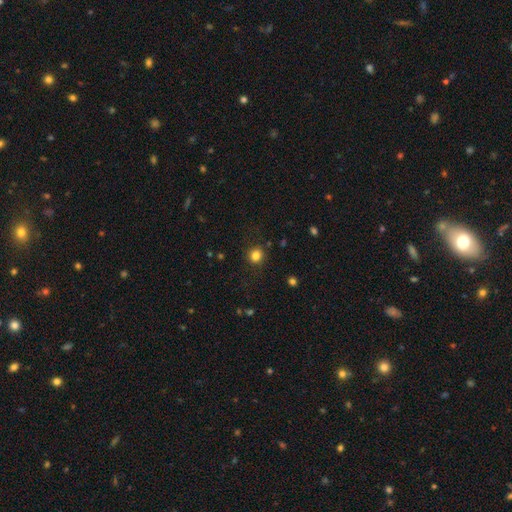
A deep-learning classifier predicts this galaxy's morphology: Smooth or featured? smooth (83%)
How rounded? round (83%)
Merging? none (87%)